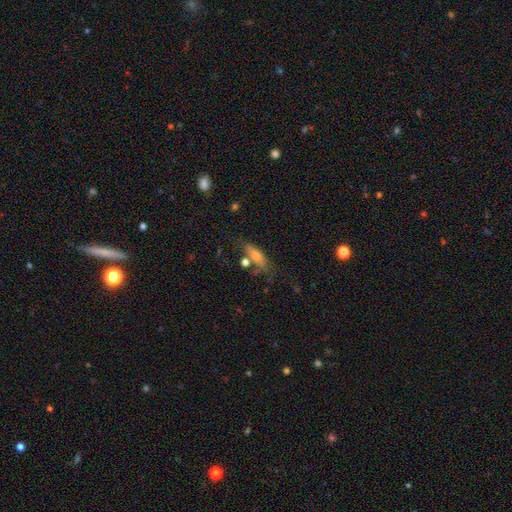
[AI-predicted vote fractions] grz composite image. It shows a smooth galaxy with no disk features (60%) that is in between round and cigar-shaped (48%, tied with cigar-shaped). Merging: none (54%).